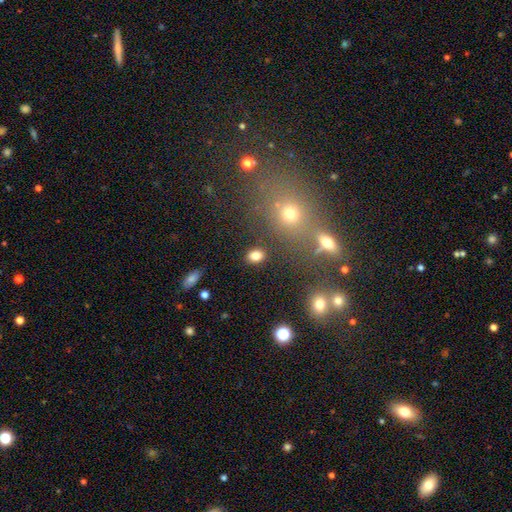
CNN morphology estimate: smooth_or_featured: smooth (p=0.81) [alt: star or artifact p=0.13]
how_rounded: in between (p=0.63) [alt: round p=0.36]
merging: none (p=0.85) [alt: minor disturbance p=0.08]